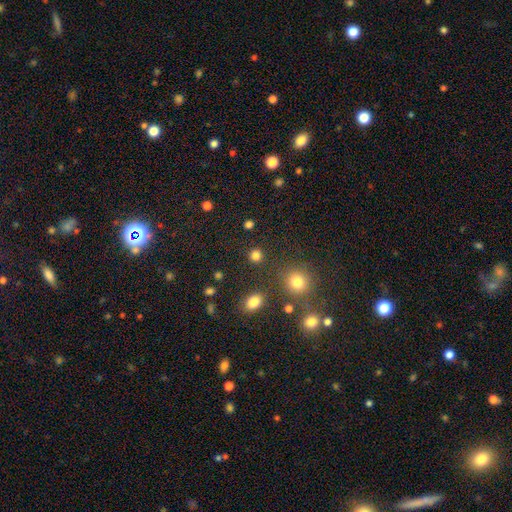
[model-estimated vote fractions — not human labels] Q: Smooth or featured?
A: smooth (81%); runner-up: star or artifact (15%)
Q: How rounded?
A: round (89%); runner-up: in between (10%)
Q: Merging?
A: none (87%); runner-up: minor disturbance (6%)